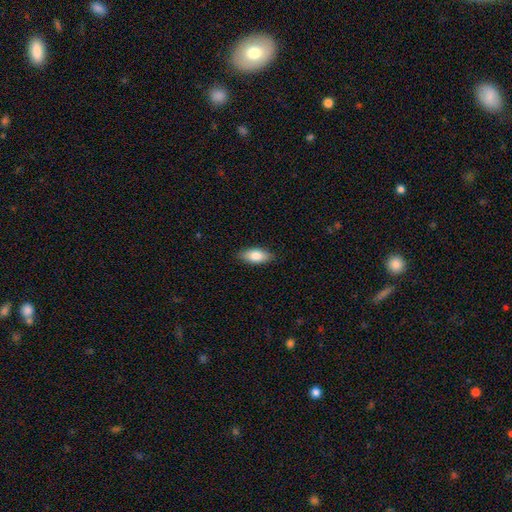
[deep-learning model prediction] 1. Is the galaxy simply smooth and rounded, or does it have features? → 81% smooth, 13% featured or disk, 6% star or artifact.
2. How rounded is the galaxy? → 87% in between, 11% cigar-shaped, 3% round.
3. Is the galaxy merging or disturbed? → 87% none, 10% minor disturbance, 2% major disturbance, 1% merger.